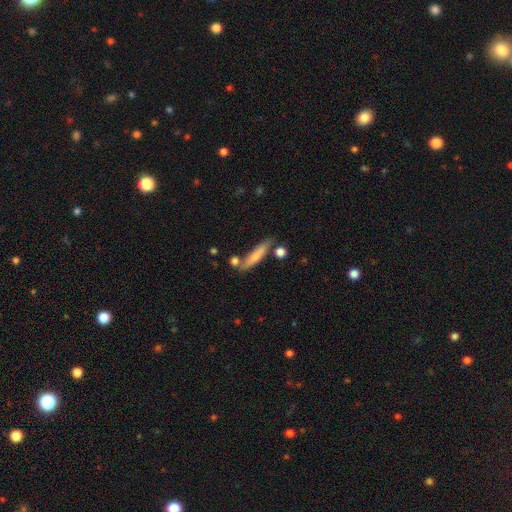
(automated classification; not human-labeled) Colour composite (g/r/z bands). It shows a smooth galaxy with no disk features (69%) that is cigar-shaped (84%). Merging: none (68%).